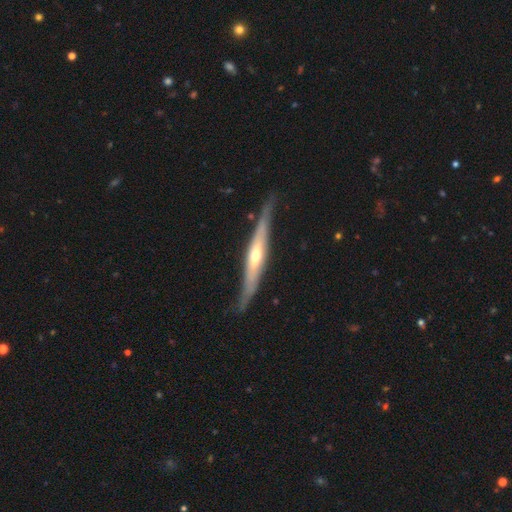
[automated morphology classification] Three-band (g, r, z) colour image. It shows a featured or disk galaxy (72%) viewed edge-on (92%) with a rounded central bulge (75%). Merging: none (80%).